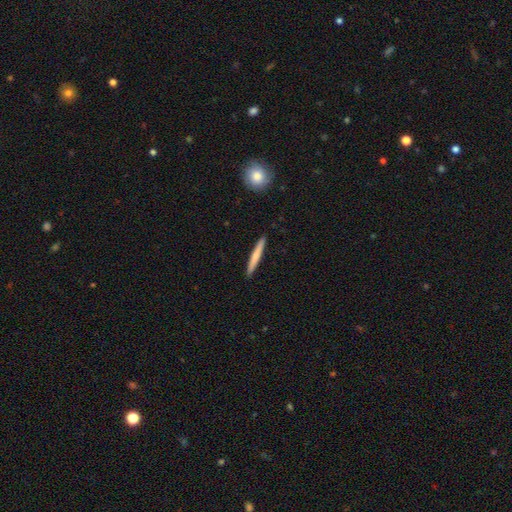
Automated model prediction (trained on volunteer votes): smooth_or_featured: smooth (p=0.67) [alt: featured or disk p=0.28]
how_rounded: cigar-shaped (p=0.96) [alt: in between p=0.03]
merging: none (p=0.92) [alt: minor disturbance p=0.06]